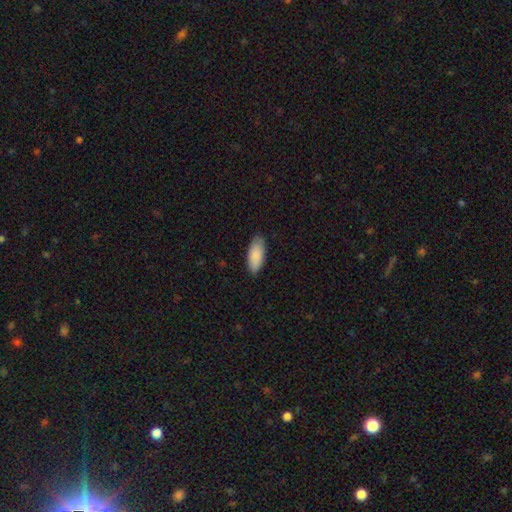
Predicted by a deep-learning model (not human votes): Smooth or featured?
  - smooth: 89% *
  - featured or disk: 6%
  - star or artifact: 5%
How rounded?
  - in between: 84% *
  - cigar-shaped: 15%
  - round: 2%
Merging?
  - none: 85% *
  - minor disturbance: 12%
  - major disturbance: 2%
  - merger: 1%